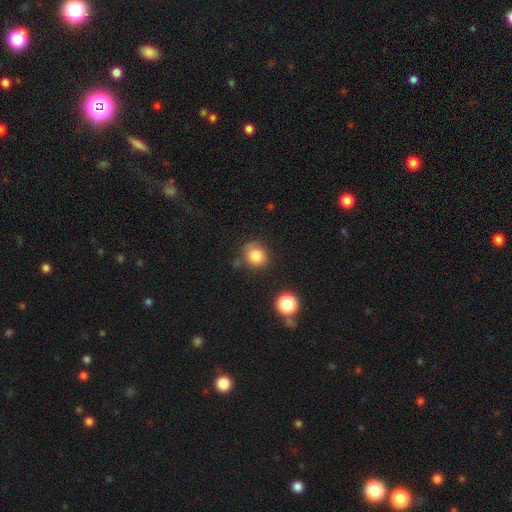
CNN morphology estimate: smooth_or_featured: smooth (p=0.83) [alt: star or artifact p=0.11]
how_rounded: round (p=0.79) [alt: in between p=0.20]
merging: none (p=0.71) [alt: minor disturbance p=0.18]